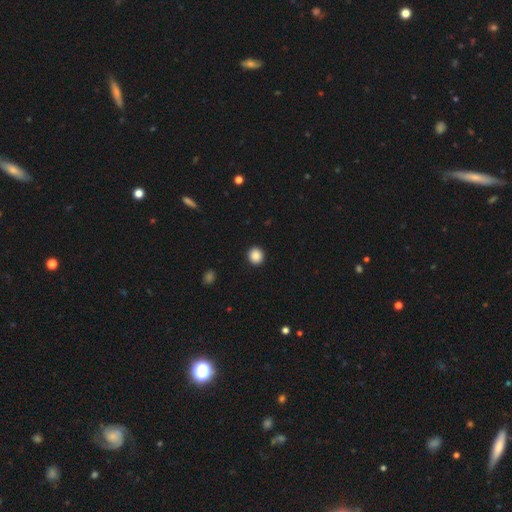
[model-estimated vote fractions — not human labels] Smooth or featured?
  - smooth: 88% *
  - star or artifact: 9%
  - featured or disk: 3%
How rounded?
  - round: 91% *
  - in between: 8%
  - cigar-shaped: 1%
Merging?
  - none: 93% *
  - minor disturbance: 4%
  - major disturbance: 2%
  - merger: 1%